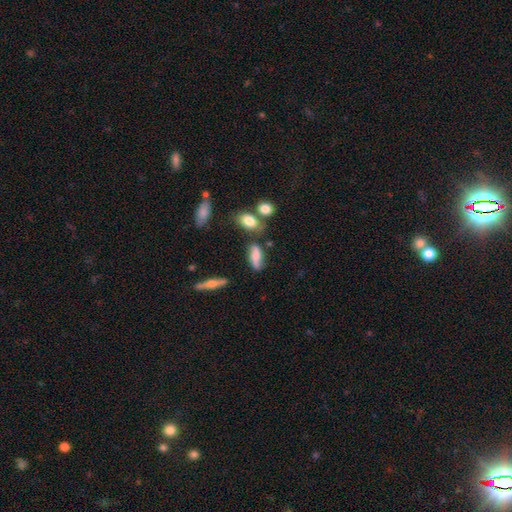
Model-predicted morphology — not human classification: This appears to be a smooth galaxy with no disk features (58%) that is in between round and cigar-shaped (72%). Merging: none (60%).